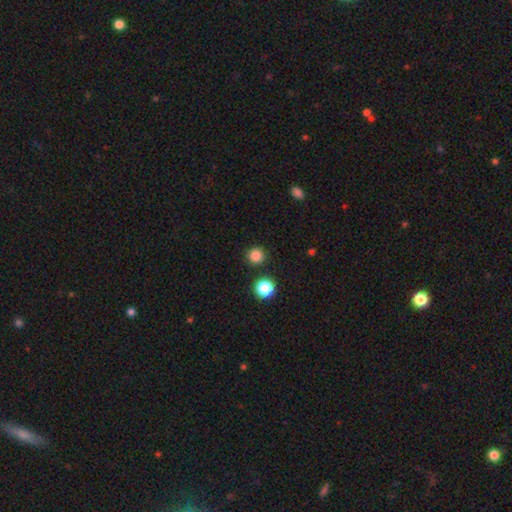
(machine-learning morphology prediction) smooth_or_featured: smooth (p=0.84) [alt: star or artifact p=0.13]
how_rounded: round (p=0.94) [alt: in between p=0.05]
merging: none (p=0.89) [alt: minor disturbance p=0.06]